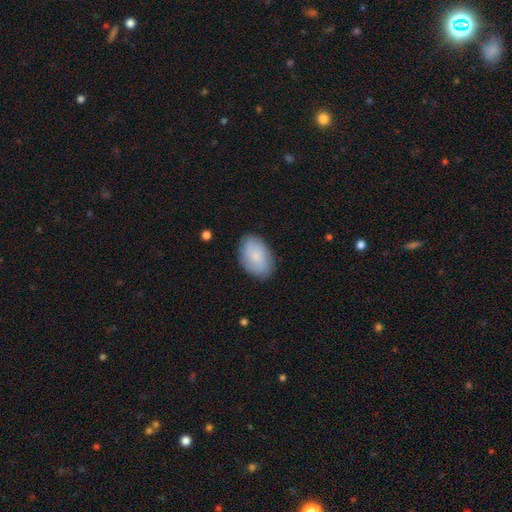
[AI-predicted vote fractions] Smooth or featured: smooth — 78% (featured or disk — 16%)
How rounded: in between — 90% (round — 8%)
Merging: none — 83% (minor disturbance — 13%)